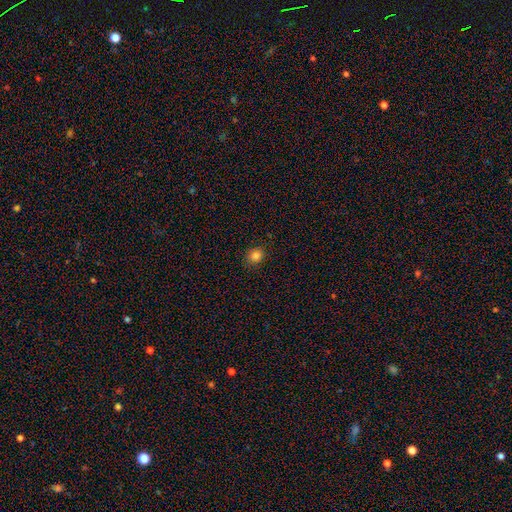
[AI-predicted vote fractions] Smooth or featured: smooth — 83% (star or artifact — 12%)
How rounded: round — 70% (in between — 29%)
Merging: none — 87% (minor disturbance — 9%)